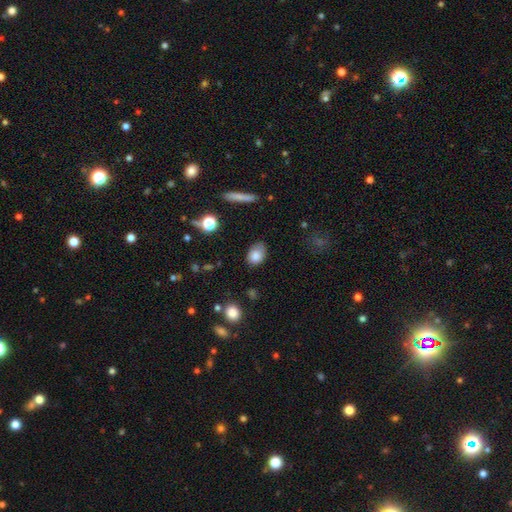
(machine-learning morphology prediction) smooth 82%, featured or disk 9%, star or artifact 9%. Down the decision tree: how rounded — in between (80%); merging — none (71%).